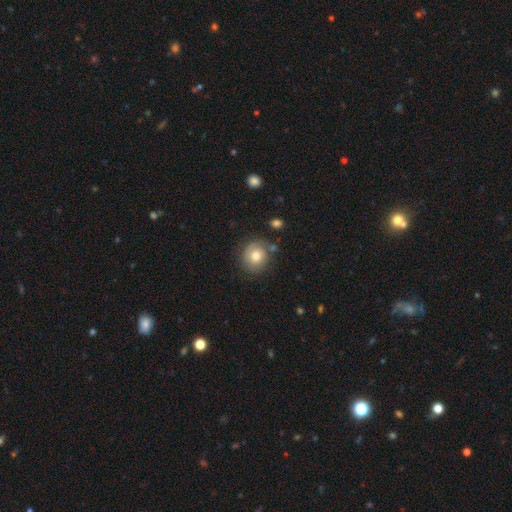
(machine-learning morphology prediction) smooth-or-featured: smooth: 70% | featured or disk: 21% | star or artifact: 9%
  how-rounded: round: 84% | in between: 15% | cigar-shaped: 1%
  merging: none: 75% | minor disturbance: 16% | major disturbance: 5% | merger: 4%